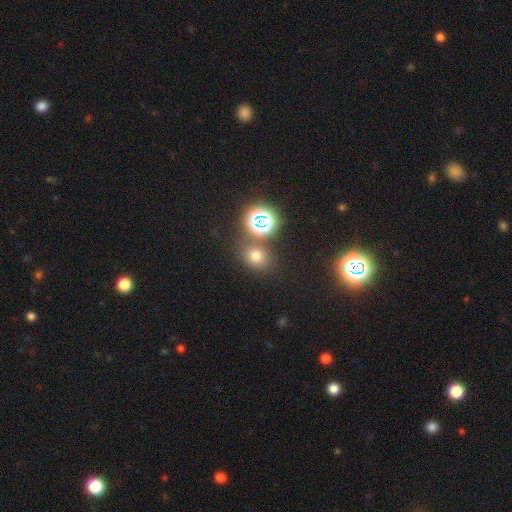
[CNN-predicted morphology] A smooth galaxy with no disk features (65%) that is round (64%). Merging: none (75%).